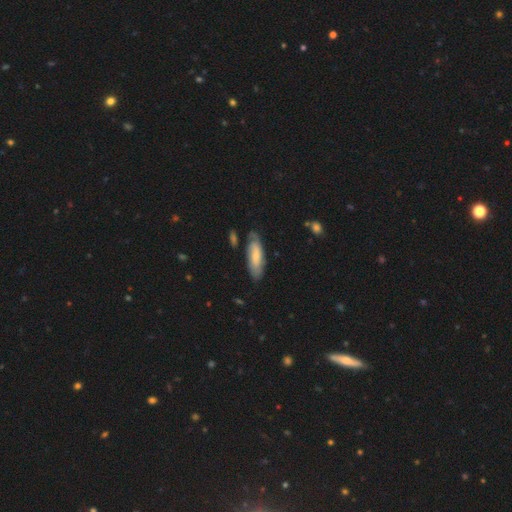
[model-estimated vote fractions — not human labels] smooth-or-featured: smooth: 51% | featured or disk: 43% | star or artifact: 6%
  how-rounded: in between: 65% | cigar-shaped: 33% | round: 2%
  merging: none: 71% | minor disturbance: 20% | major disturbance: 5% | merger: 3%